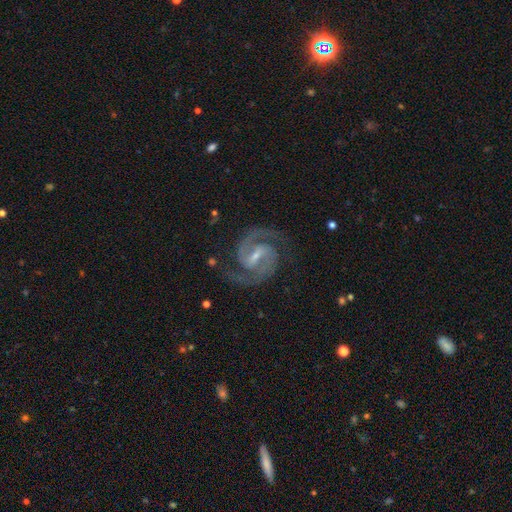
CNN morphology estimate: A featured or disk galaxy (94%) with a strong bar (46%), 2 (94%) medium (61%) spiral arms (99%) and a small central bulge (64%).

Vote fractions:
- Smooth or featured? featured or disk: 94% / star or artifact: 4% / smooth: 2%
- Edge-on disk? no: 98% / yes: 2%
- Bar? strong: 46% / weak: 44% / no: 10%
- Spiral arms? yes: 99% / no: 1%
- Spiral winding? medium: 61% / tight: 33% / loose: 7%
- Spiral arm count? 2: 94% / 3: 2% / can't tell: 1% / 1: 1% / 4: 1% / more than 4: 1%
- Bulge size? small: 64% / moderate: 27% / none: 7% / large: 1% / dominant: 1%
- Merging? none: 83% / minor disturbance: 11% / major disturbance: 4% / merger: 1%